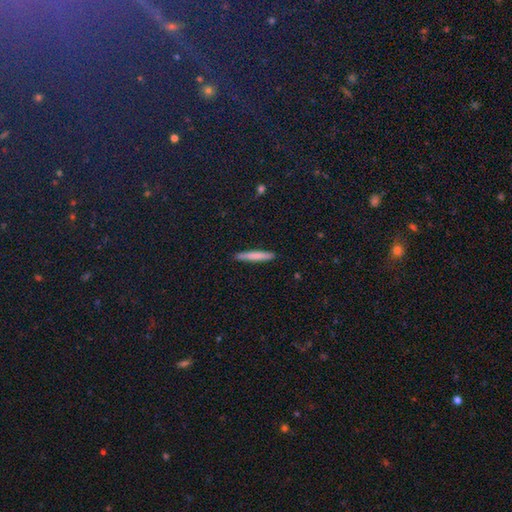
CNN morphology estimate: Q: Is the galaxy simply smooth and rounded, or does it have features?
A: smooth — 74%.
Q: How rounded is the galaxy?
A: cigar-shaped — 95%.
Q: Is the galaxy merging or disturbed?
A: none — 89%.